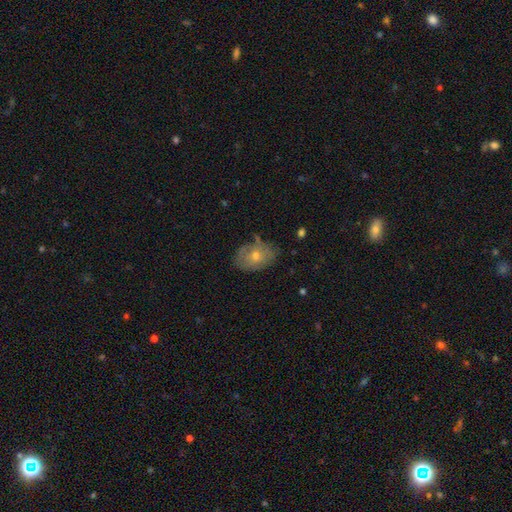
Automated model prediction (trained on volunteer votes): Overall: smooth (54%; featured or disk 36%). How rounded: in between (81%). Merging: none (69%).